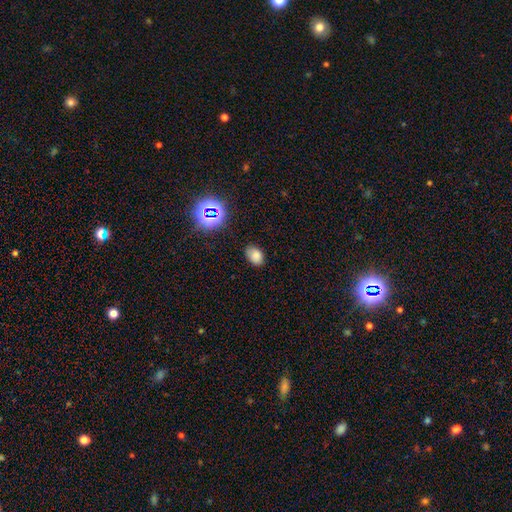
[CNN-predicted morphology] A smooth galaxy with no disk features (78%) that is in between round and cigar-shaped (78%). Merging: none (78%).